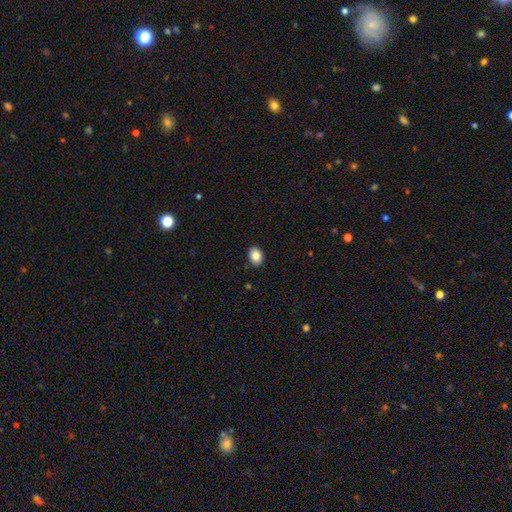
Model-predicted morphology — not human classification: smooth 87%, star or artifact 8%, featured or disk 5%. Down the decision tree: how rounded — in between (69%); merging — none (89%).